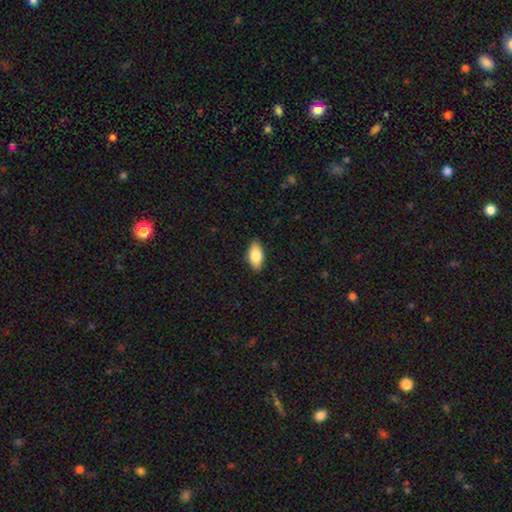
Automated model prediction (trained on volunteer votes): This appears to be a smooth galaxy with no disk features (81%) that is in between round and cigar-shaped (91%). Merging: none (88%).